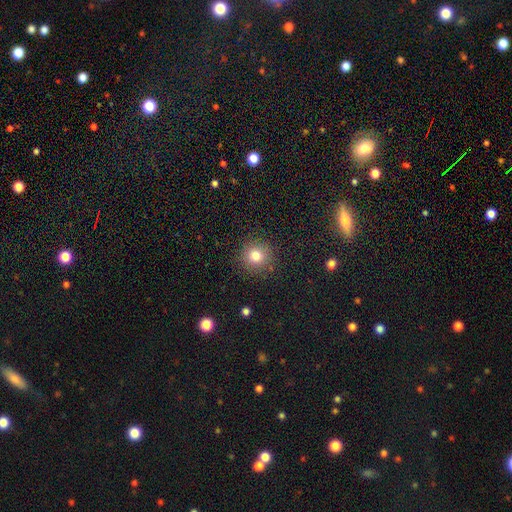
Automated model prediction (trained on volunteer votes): Smooth or featured? smooth (80%)
How rounded? round (93%)
Merging? none (89%)